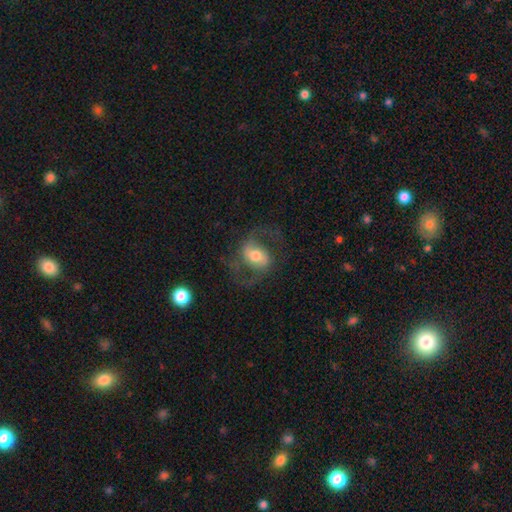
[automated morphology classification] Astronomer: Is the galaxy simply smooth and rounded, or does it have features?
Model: featured or disk — 74%.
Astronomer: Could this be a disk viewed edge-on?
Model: no — 97%.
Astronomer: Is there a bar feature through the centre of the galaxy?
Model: weak — 43% (runner-up: no, 29%).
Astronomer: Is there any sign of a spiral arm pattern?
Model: yes — 89%.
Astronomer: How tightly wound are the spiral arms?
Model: medium — 49% (runner-up: loose, 41%).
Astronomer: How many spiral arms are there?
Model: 2 — 90%.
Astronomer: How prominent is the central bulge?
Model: moderate — 65%.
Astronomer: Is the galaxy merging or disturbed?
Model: none — 65%.